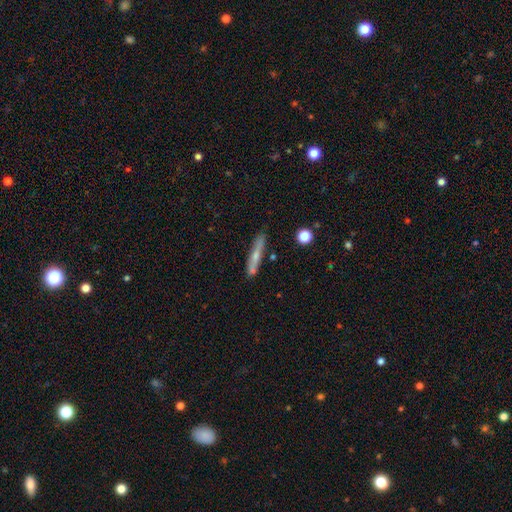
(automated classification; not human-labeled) This is possibly a smooth galaxy (48%). Merging: clearly none (81%).